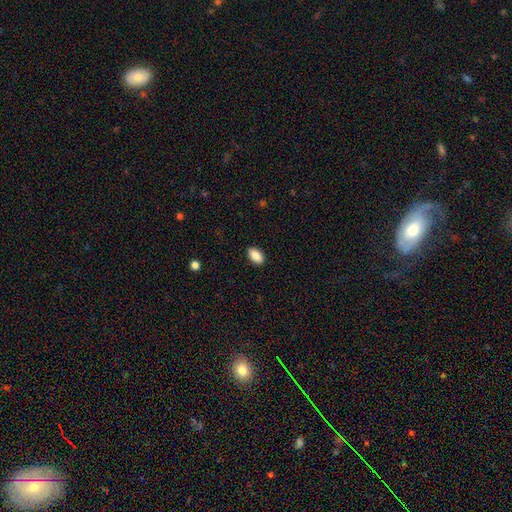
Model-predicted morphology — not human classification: smooth-or-featured: smooth: 89% | star or artifact: 7% | featured or disk: 4%
  how-rounded: in between: 93% | round: 4% | cigar-shaped: 3%
  merging: none: 90% | minor disturbance: 7% | major disturbance: 2% | merger: 1%